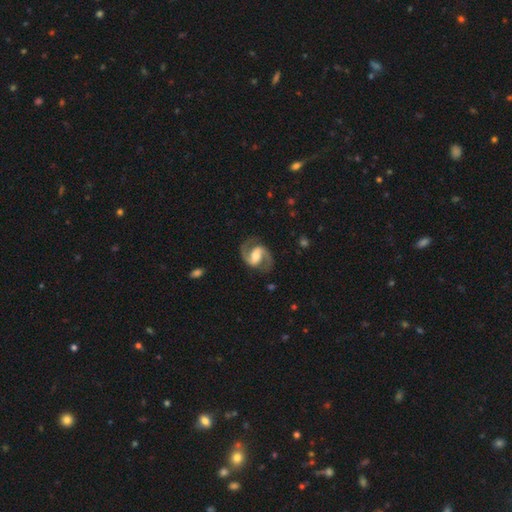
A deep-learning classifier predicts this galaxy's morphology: This is clearly a featured or disk galaxy (90%). It is clearly not viewed edge-on (98%). Bar: marginally weak (43%). Spiral arm pattern: clearly yes (97%). Spiral arm count: clearly 2 (94%). Spiral winding: likely medium (62%). Central bulge: possibly moderate (56%). Merging: clearly none (83%).